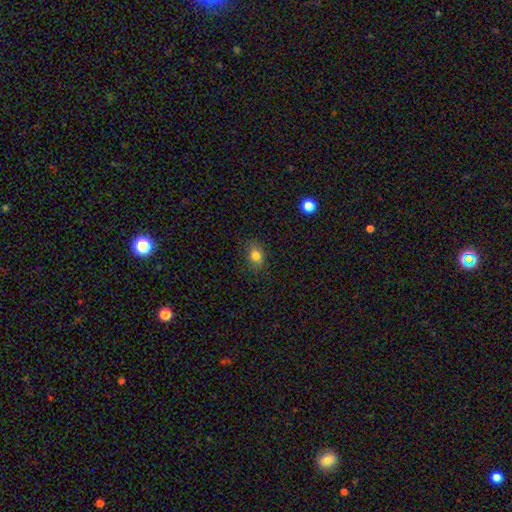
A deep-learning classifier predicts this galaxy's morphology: smooth 81%, star or artifact 11%, featured or disk 8%. Down the decision tree: how rounded — in between (65%); merging — none (83%).